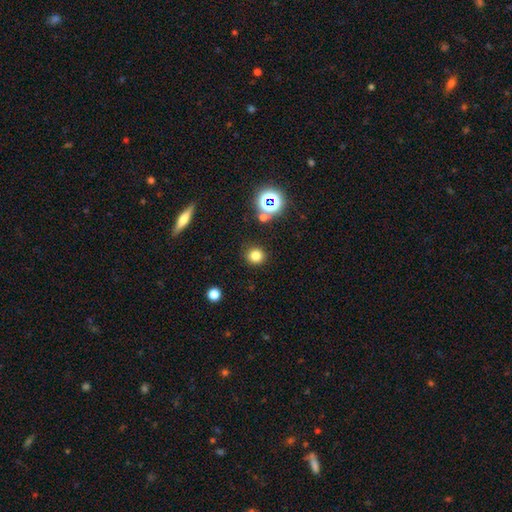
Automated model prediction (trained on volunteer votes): Smooth or featured: smooth — 77% (star or artifact — 17%)
How rounded: round — 91% (in between — 8%)
Merging: none — 89% (minor disturbance — 6%)